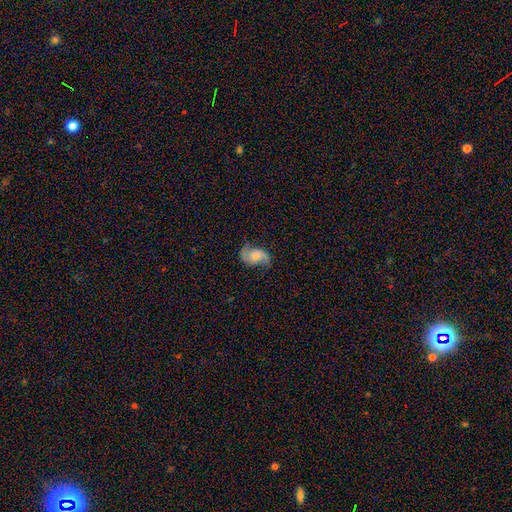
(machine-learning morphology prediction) smooth_or_featured: featured or disk (p=0.63) [alt: smooth p=0.29]
disk_edge_on: no (p=0.97) [alt: yes p=0.03]
bar: no (p=0.63) [alt: weak p=0.31]
has_spiral_arms: yes (p=0.92) [alt: no p=0.08]
spiral_winding: loose (p=0.49) [alt: medium p=0.37]
spiral_arm_count: 2 (p=0.86) [alt: 1 p=0.06]
bulge_size: moderate (p=0.35) [alt: small p=0.26]
merging: none (p=0.64) [alt: minor disturbance p=0.23]